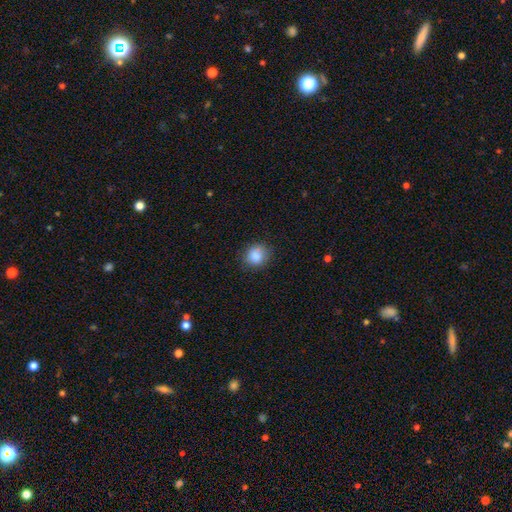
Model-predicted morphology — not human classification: smooth_or_featured: smooth (p=0.86) [alt: star or artifact p=0.09]
how_rounded: round (p=0.75) [alt: in between p=0.24]
merging: none (p=0.81) [alt: minor disturbance p=0.15]